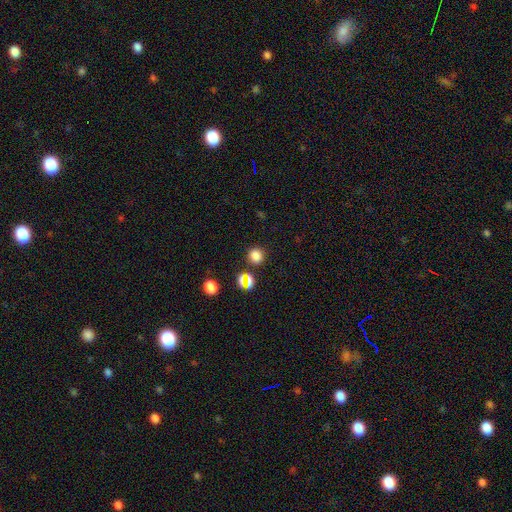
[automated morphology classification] type=smooth (75%); roundness=round (85%); merging=none (82%).